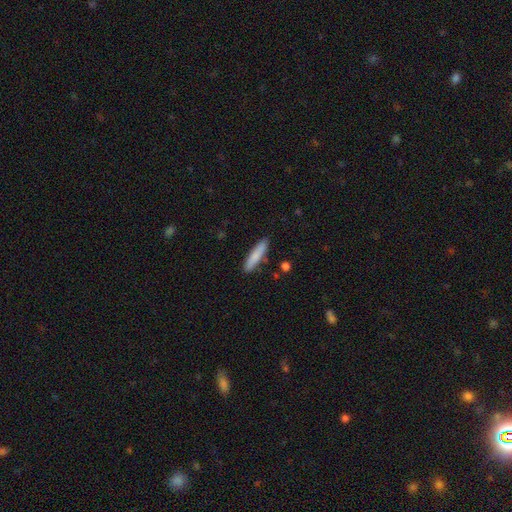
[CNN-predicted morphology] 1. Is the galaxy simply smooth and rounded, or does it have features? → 82% smooth, 12% featured or disk, 6% star or artifact.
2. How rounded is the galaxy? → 82% cigar-shaped, 17% in between, 1% round.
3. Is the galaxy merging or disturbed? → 87% none, 9% minor disturbance, 2% merger, 2% major disturbance.